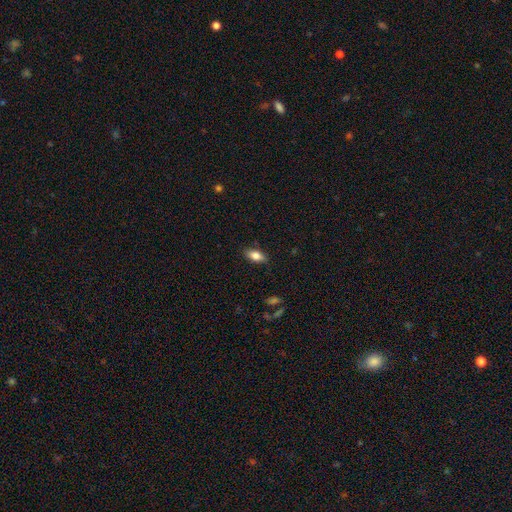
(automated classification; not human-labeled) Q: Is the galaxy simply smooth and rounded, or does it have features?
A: smooth — 80%.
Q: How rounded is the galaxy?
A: in between — 86%.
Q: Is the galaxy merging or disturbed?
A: none — 84%.